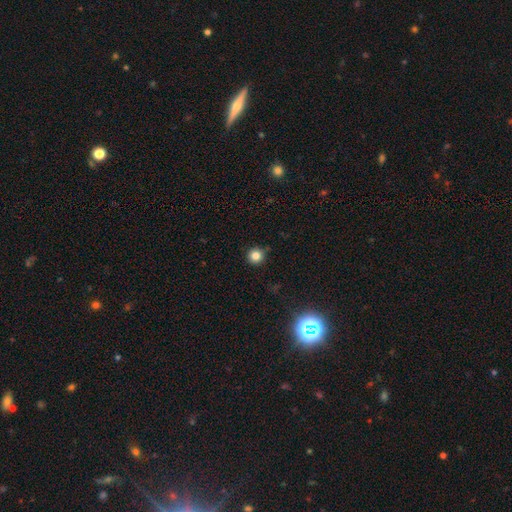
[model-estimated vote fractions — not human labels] smooth 83%, star or artifact 12%, featured or disk 5%. Down the decision tree: how rounded — round (95%); merging — none (88%).